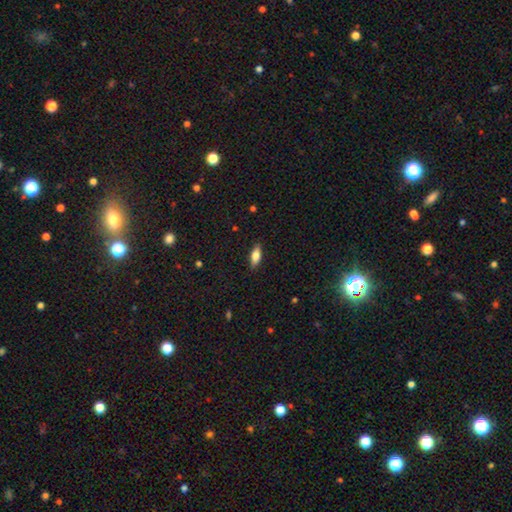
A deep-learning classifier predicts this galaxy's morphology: This appears to be a smooth galaxy with no disk features (74%) that is in between round and cigar-shaped (73%). Merging: none (88%).